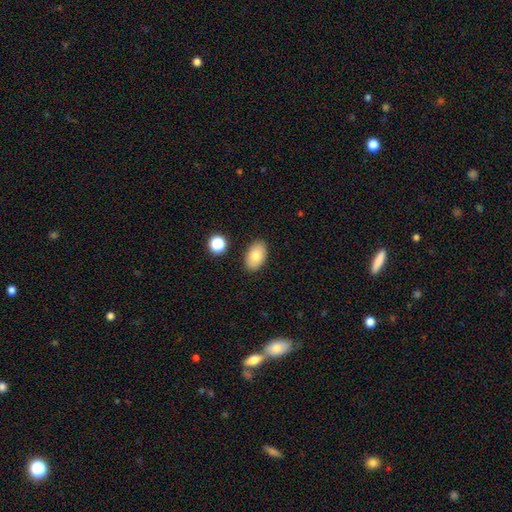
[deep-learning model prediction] A smooth galaxy with no disk features (82%) that is in between round and cigar-shaped (91%).

Vote fractions:
- Smooth or featured? smooth: 82% / featured or disk: 10% / star or artifact: 8%
- How rounded? in between: 91% / round: 7% / cigar-shaped: 1%
- Merging? none: 87% / minor disturbance: 9% / major disturbance: 2% / merger: 2%